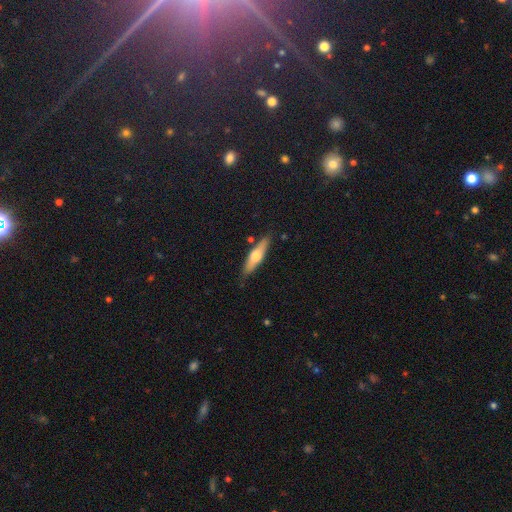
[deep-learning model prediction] Q: Smooth or featured?
A: smooth (50%); runner-up: featured or disk (45%)
Q: Merging?
A: none (81%); runner-up: minor disturbance (13%)